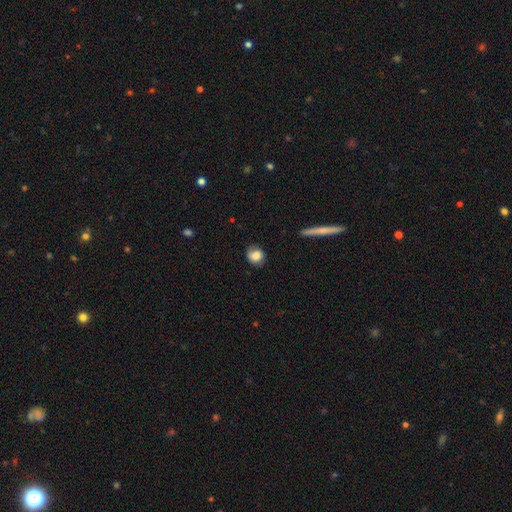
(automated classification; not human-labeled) Smooth or featured?
  - smooth: 80% *
  - featured or disk: 12%
  - star or artifact: 8%
How rounded?
  - round: 76% *
  - in between: 23%
  - cigar-shaped: 2%
Merging?
  - none: 73% *
  - minor disturbance: 21%
  - major disturbance: 5%
  - merger: 2%